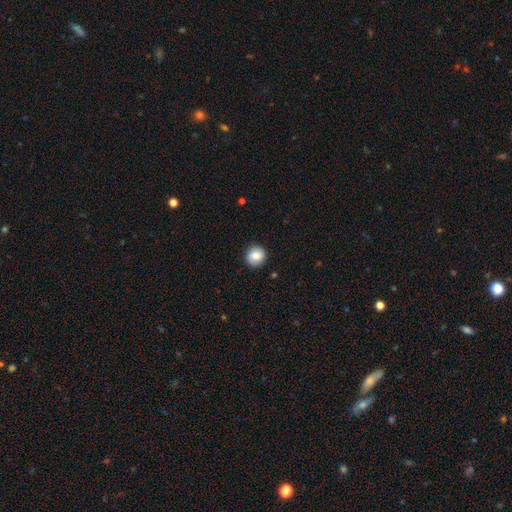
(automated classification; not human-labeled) Q: Smooth or featured?
A: smooth (82%); runner-up: featured or disk (10%)
Q: How rounded?
A: round (88%); runner-up: in between (11%)
Q: Merging?
A: none (89%); runner-up: minor disturbance (8%)